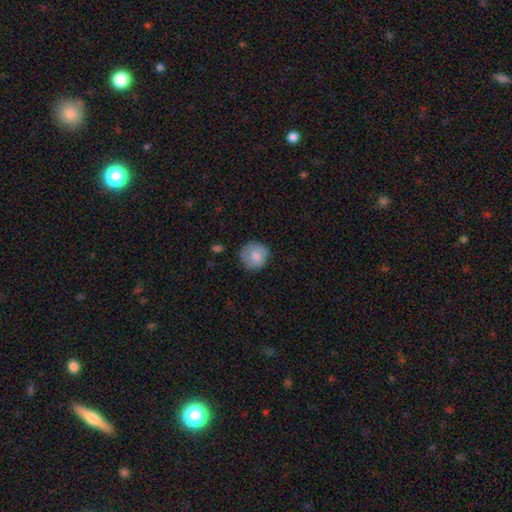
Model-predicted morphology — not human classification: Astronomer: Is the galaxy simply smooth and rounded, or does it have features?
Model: smooth — 80%.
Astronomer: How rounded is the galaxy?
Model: round — 90%.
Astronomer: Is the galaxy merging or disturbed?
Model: none — 74%.